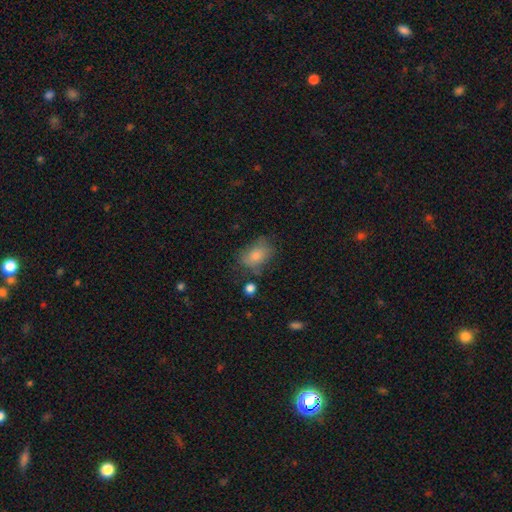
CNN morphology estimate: Q: Smooth or featured?
A: smooth (76%); runner-up: featured or disk (13%)
Q: How rounded?
A: in between (77%); runner-up: round (21%)
Q: Merging?
A: none (64%); runner-up: minor disturbance (23%)